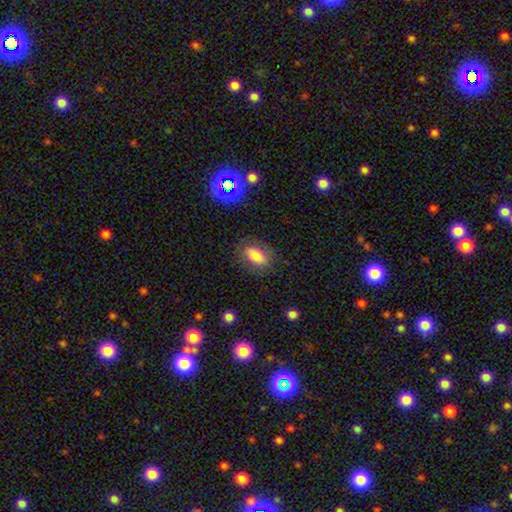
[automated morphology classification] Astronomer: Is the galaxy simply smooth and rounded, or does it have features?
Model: smooth — 79%.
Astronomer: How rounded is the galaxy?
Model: in between — 89%.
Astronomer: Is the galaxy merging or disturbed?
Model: none — 79%.